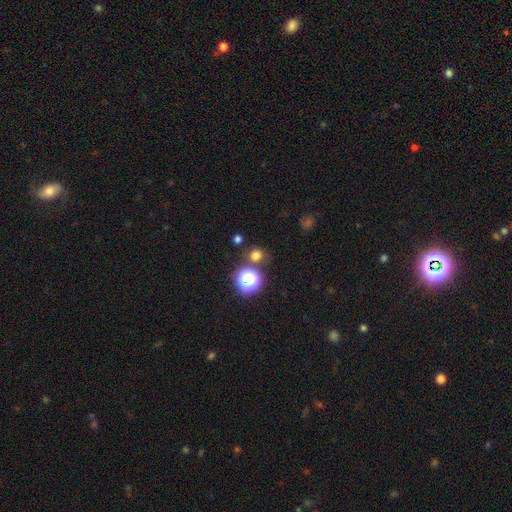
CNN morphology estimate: Smooth or featured?
  - smooth: 67% *
  - star or artifact: 27%
  - featured or disk: 6%
How rounded?
  - round: 84% *
  - in between: 15%
  - cigar-shaped: 1%
Merging?
  - none: 77% *
  - merger: 10%
  - minor disturbance: 10%
  - major disturbance: 4%